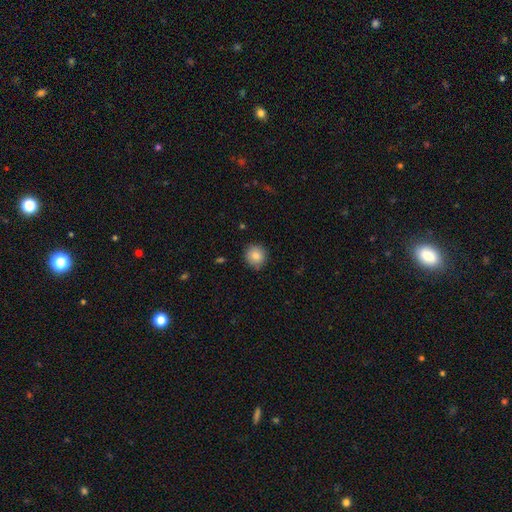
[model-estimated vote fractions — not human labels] Smooth or featured? Predicted: smooth (p=0.83). How rounded? Predicted: round (p=0.90). Merging? Predicted: none (p=0.86).